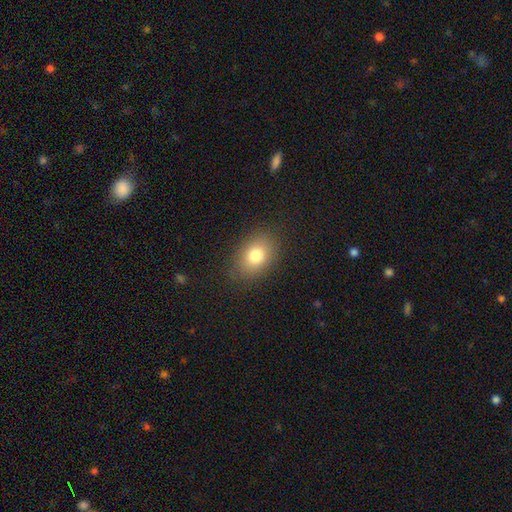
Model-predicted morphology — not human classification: A smooth galaxy with no disk features (79%) that is in between round and cigar-shaped (75%). Merging: none (84%).